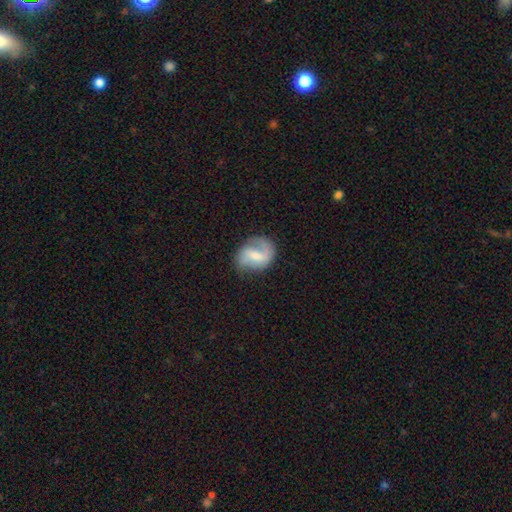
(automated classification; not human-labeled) smooth-or-featured: featured or disk: 60% | smooth: 33% | star or artifact: 7%
  disk-edge-on: no: 97% | yes: 3%
    bar: weak: 51% | strong: 29% | no: 20%
    has-spiral-arms: yes: 83% | no: 17%
    bulge-size: moderate: 38% | small: 32% | none: 21% | large: 8% | dominant: 2%
  merging: none: 60% | minor disturbance: 24% | major disturbance: 14% | merger: 2%